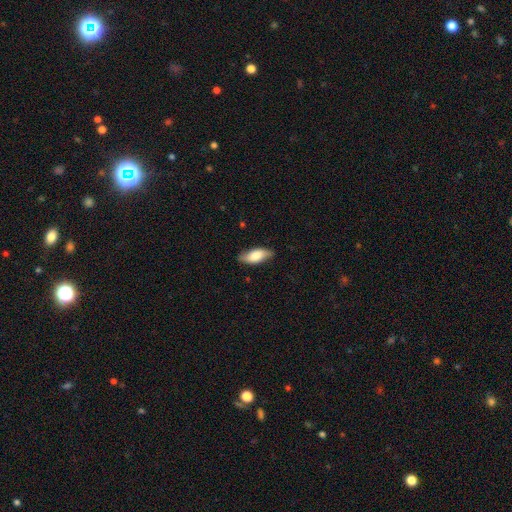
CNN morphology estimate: type=smooth (68%); roundness=in between (79%); merging=none (81%).